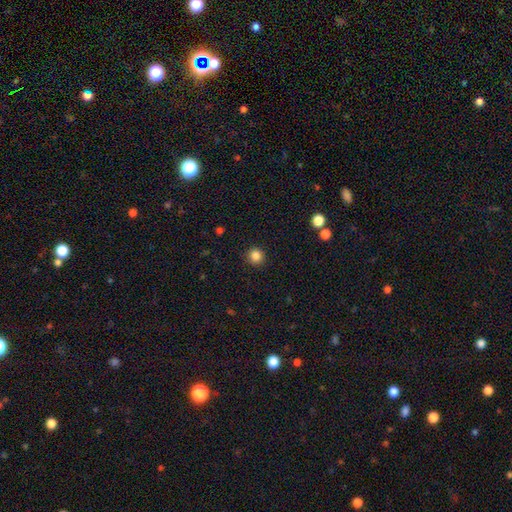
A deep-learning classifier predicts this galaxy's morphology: type=smooth (85%); roundness=round (94%); merging=none (93%).